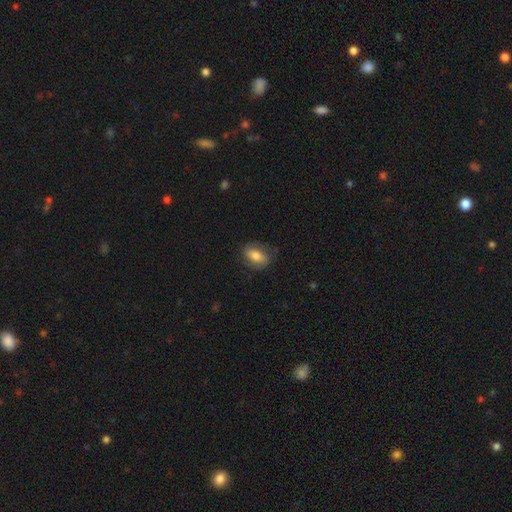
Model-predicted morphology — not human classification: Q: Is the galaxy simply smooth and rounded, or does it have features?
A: smooth — 69%.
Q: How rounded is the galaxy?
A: in between — 83%.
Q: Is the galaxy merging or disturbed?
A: none — 72%.